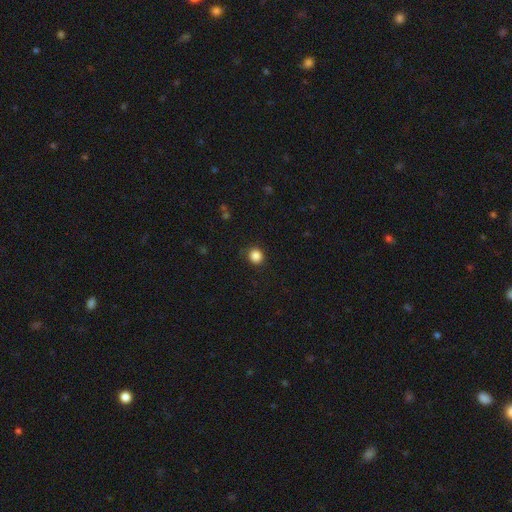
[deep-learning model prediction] The model was most divided on "smooth or featured": smooth: 86%, star or artifact: 11%, featured or disk: 3%. More confident: how rounded — round (91%); merging — none (89%).